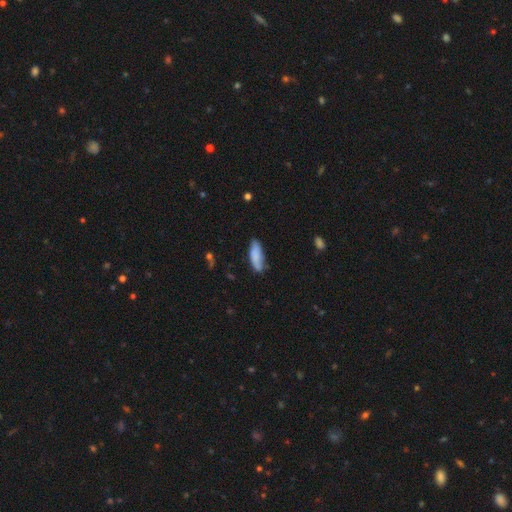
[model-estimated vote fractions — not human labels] A smooth galaxy with no disk features (81%) that is in between round and cigar-shaped (57%).

Vote fractions:
- Smooth or featured? smooth: 81% / featured or disk: 13% / star or artifact: 7%
- How rounded? in between: 57% / cigar-shaped: 41% / round: 2%
- Merging? none: 68% / minor disturbance: 24% / major disturbance: 5% / merger: 3%